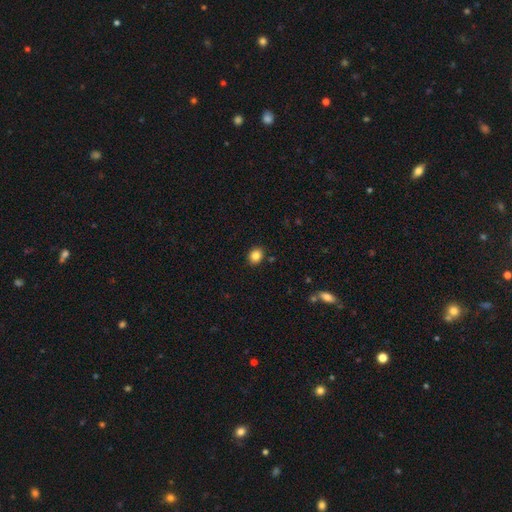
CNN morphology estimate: type=smooth (85%); roundness=round (60%); merging=none (88%).